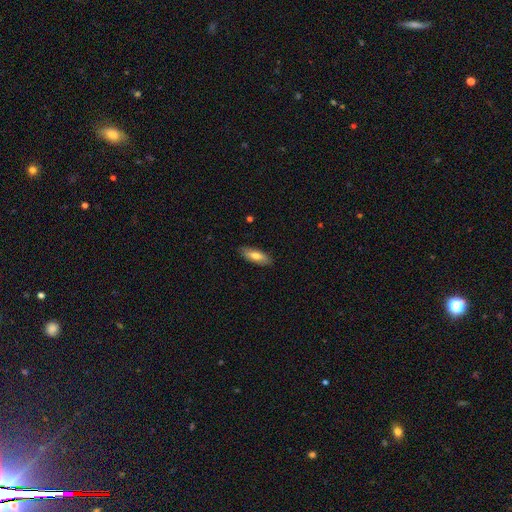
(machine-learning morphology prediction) Overall: smooth (72%). How rounded: in between (70%). Merging: none (86%).